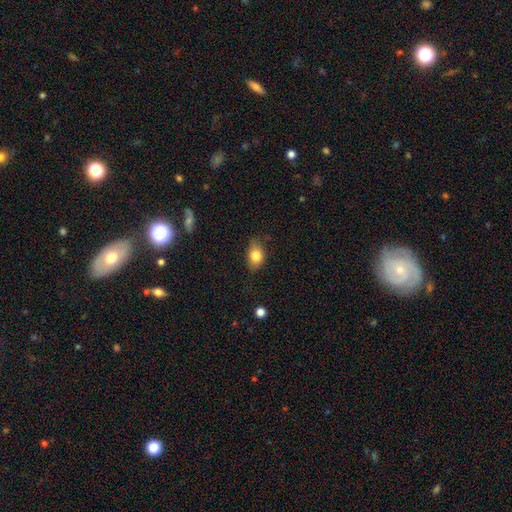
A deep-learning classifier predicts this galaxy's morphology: type=smooth (80%); roundness=in between (78%); merging=none (72%).